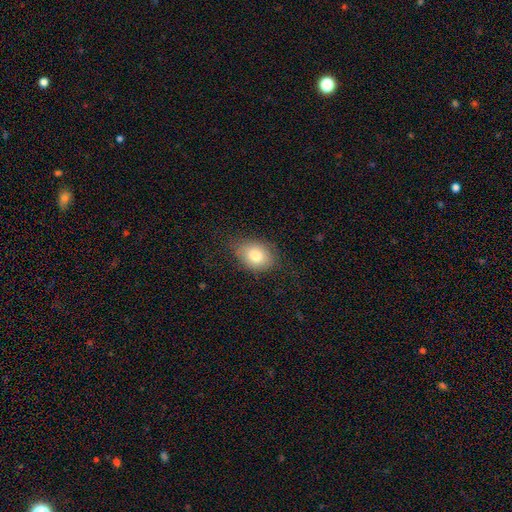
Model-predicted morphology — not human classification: Smooth or featured: smooth — 80% (featured or disk — 11%)
How rounded: in between — 69% (round — 30%)
Merging: none — 75% (minor disturbance — 19%)